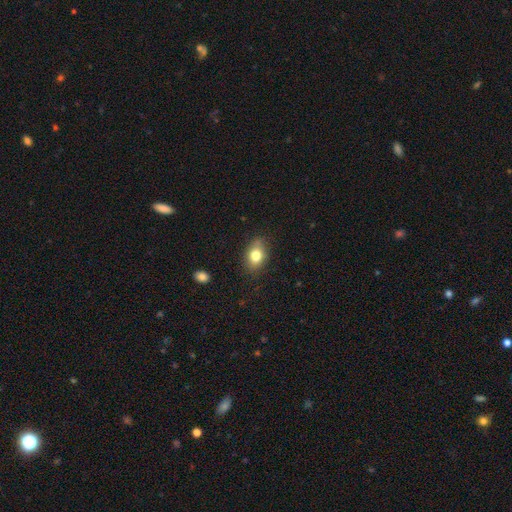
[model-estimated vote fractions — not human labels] smooth_or_featured: smooth (p=0.79) [alt: featured or disk p=0.12]
how_rounded: in between (p=0.74) [alt: round p=0.25]
merging: none (p=0.79) [alt: minor disturbance p=0.16]